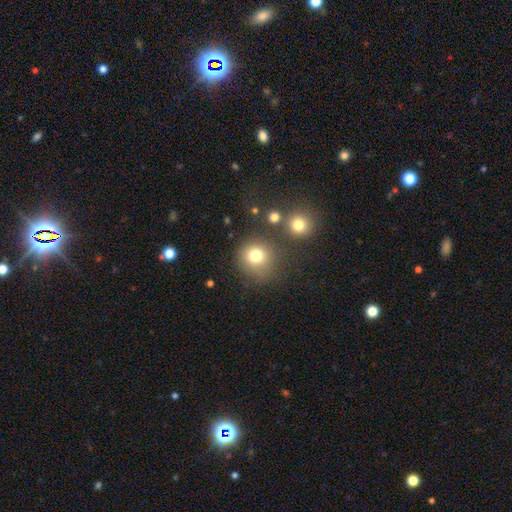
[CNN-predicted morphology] Smooth or featured?
  - smooth: 77% *
  - star or artifact: 15%
  - featured or disk: 8%
How rounded?
  - round: 91% *
  - in between: 9%
  - cigar-shaped: 1%
Merging?
  - none: 74% *
  - minor disturbance: 11%
  - merger: 10%
  - major disturbance: 6%